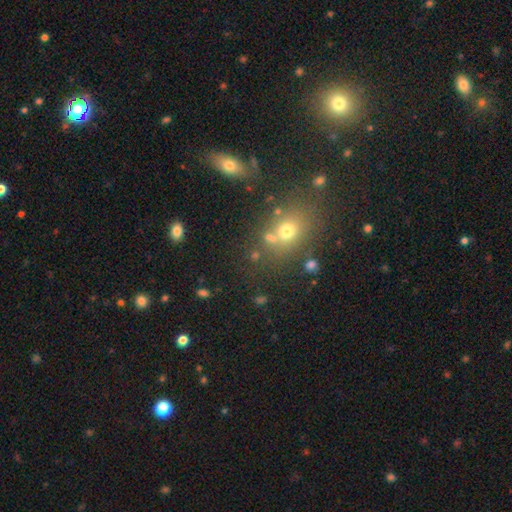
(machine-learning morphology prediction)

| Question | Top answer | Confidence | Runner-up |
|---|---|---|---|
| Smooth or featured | smooth | 59% | star or artifact (26%) |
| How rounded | round | 62% | in between (35%) |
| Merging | none | 63% | merger (20%) |